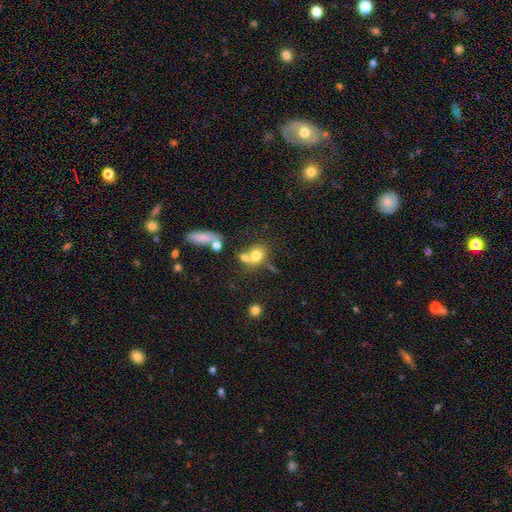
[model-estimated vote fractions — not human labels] Q: Smooth or featured?
A: smooth (73%); runner-up: featured or disk (15%)
Q: How rounded?
A: round (56%); runner-up: in between (42%)
Q: Merging?
A: merger (43%); runner-up: none (39%)